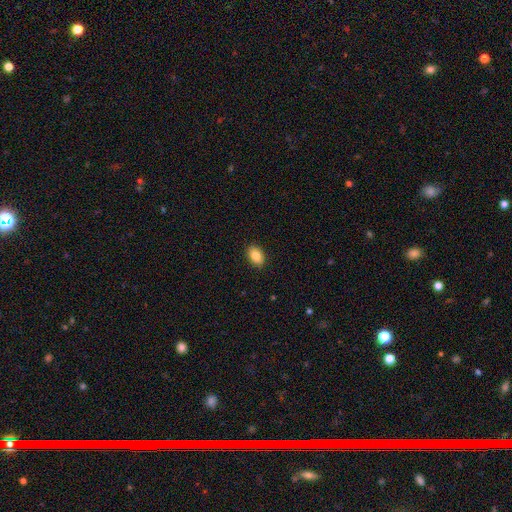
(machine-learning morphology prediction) The model was most divided on "how rounded": in between: 88%, round: 11%, cigar-shaped: 1%. More confident: merging — none (89%); smooth or featured — smooth (86%).